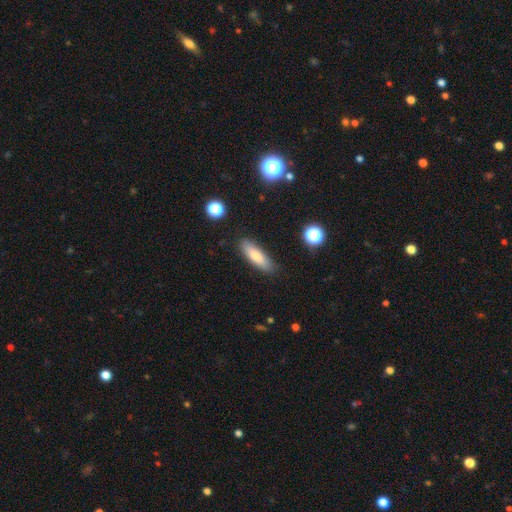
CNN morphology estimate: smooth_or_featured: smooth (p=0.72) [alt: featured or disk p=0.20]
how_rounded: cigar-shaped (p=0.55) [alt: in between p=0.42]
merging: none (p=0.86) [alt: minor disturbance p=0.10]